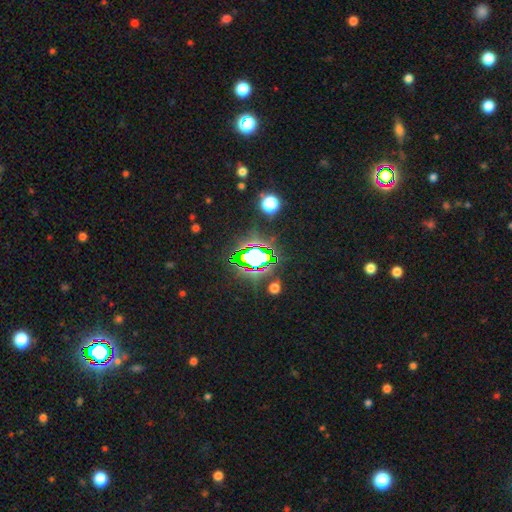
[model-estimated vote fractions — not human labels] A star or artifact, not a galaxy (72%).